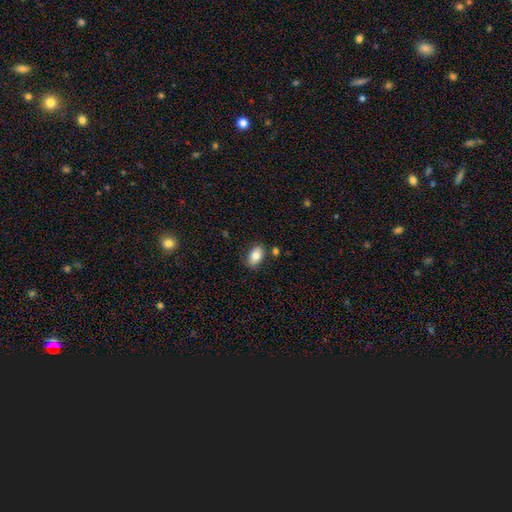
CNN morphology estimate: Smooth or featured: smooth — 78% (featured or disk — 14%)
How rounded: in between — 89% (round — 10%)
Merging: none — 78% (minor disturbance — 14%)